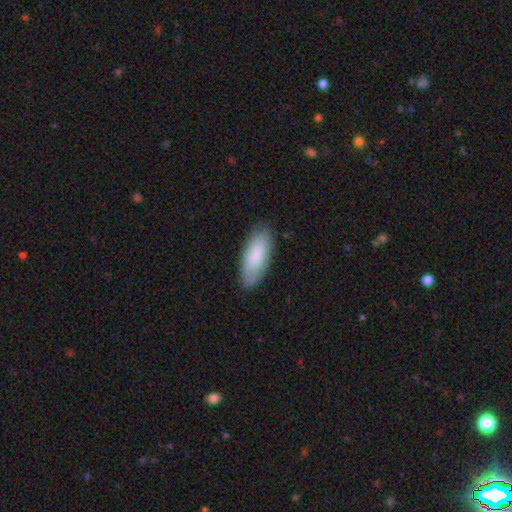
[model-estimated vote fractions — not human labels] Q: Smooth or featured?
A: smooth (82%); runner-up: featured or disk (12%)
Q: How rounded?
A: in between (80%); runner-up: cigar-shaped (19%)
Q: Merging?
A: none (82%); runner-up: minor disturbance (14%)